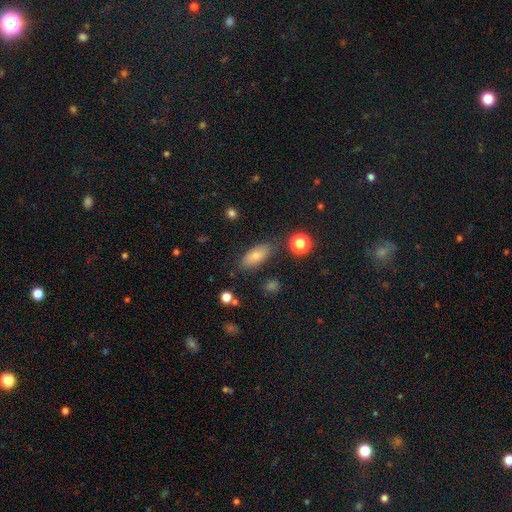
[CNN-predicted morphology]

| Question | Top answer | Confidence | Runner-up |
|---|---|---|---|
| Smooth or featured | smooth | 76% | featured or disk (15%) |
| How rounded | in between | 81% | cigar-shaped (15%) |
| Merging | none | 79% | minor disturbance (14%) |